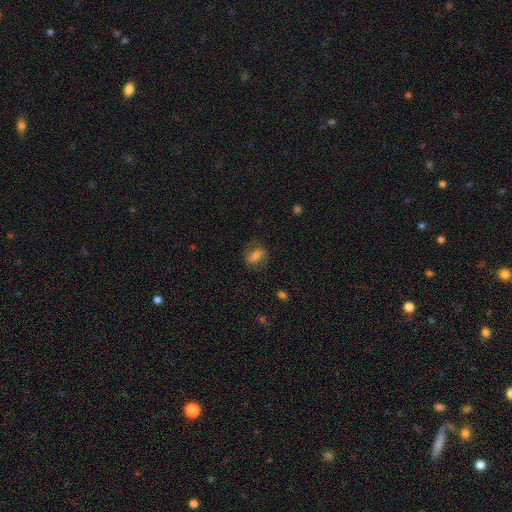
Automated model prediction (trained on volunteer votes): The model was most divided on "smooth or featured": featured or disk: 50%, smooth: 39%, star or artifact: 11%. More confident: edge-on disk — no (95%); merging — none (71%).